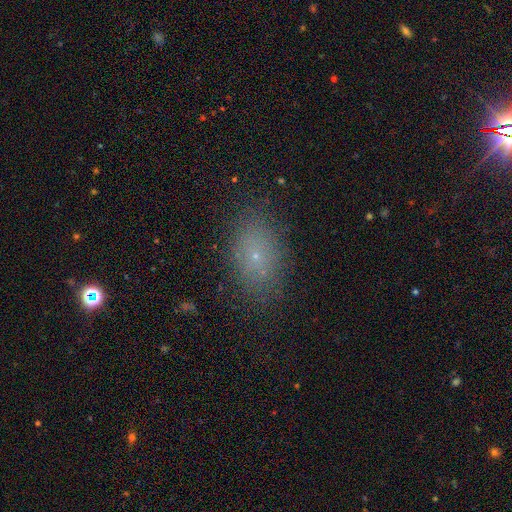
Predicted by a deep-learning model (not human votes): Smooth or featured? smooth (68%)
How rounded? in between (84%)
Merging? none (83%)